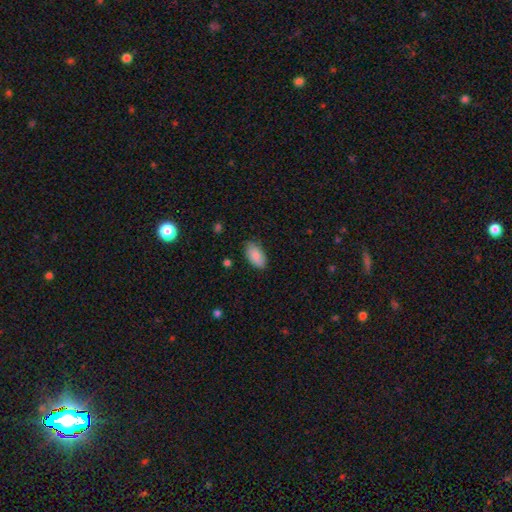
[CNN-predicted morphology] A smooth galaxy with no disk features (86%) that is in between round and cigar-shaped (94%). Merging: none (79%).